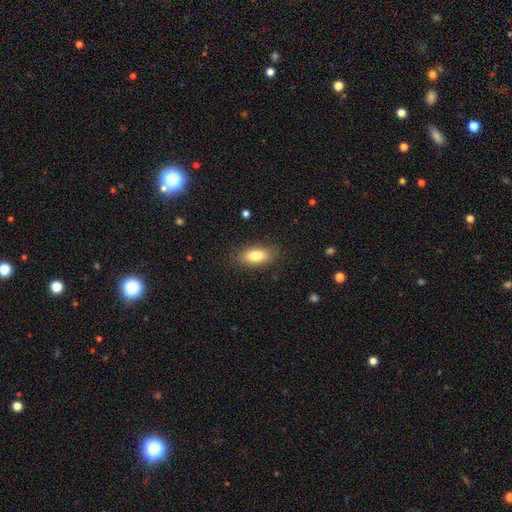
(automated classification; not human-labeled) Q: Smooth or featured?
A: smooth (81%); runner-up: featured or disk (11%)
Q: How rounded?
A: in between (86%); runner-up: cigar-shaped (10%)
Q: Merging?
A: none (86%); runner-up: minor disturbance (10%)